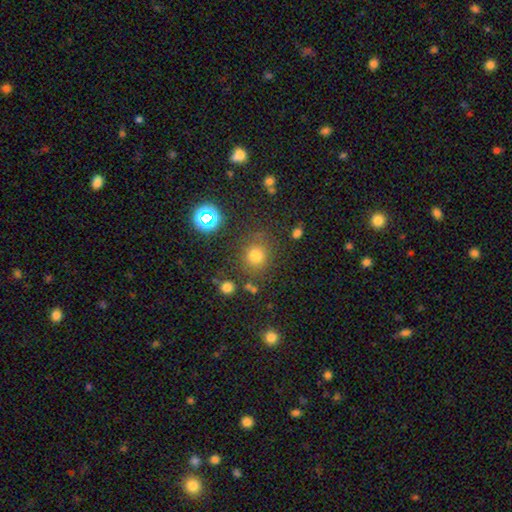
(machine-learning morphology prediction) This appears to be a smooth galaxy with no disk features (73%) that is round (88%). Merging: none (78%).